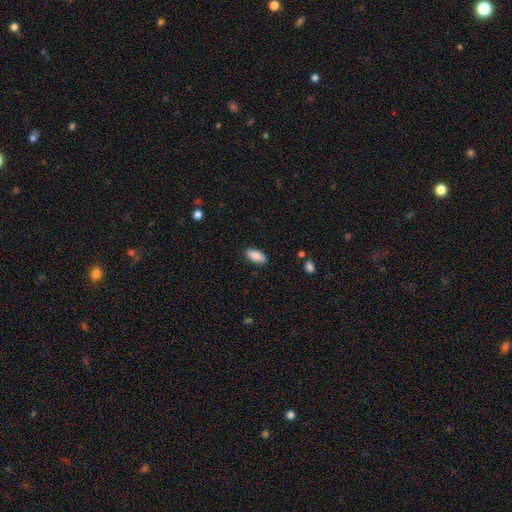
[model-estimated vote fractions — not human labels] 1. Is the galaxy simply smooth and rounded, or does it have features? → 89% smooth, 6% star or artifact, 5% featured or disk.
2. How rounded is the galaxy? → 89% in between, 9% cigar-shaped, 2% round.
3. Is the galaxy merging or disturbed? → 87% none, 10% minor disturbance, 2% major disturbance, 1% merger.